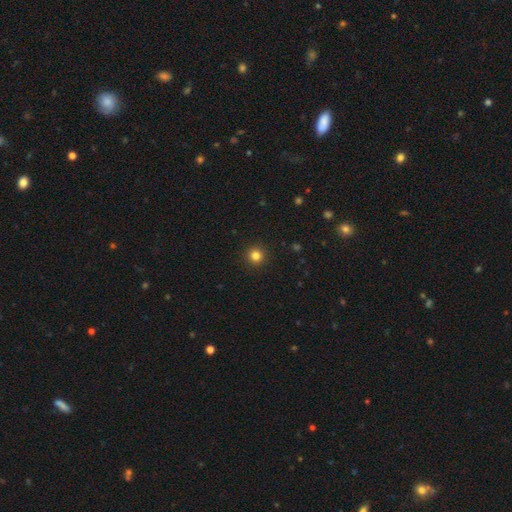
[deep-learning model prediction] Smooth or featured? Predicted: smooth (p=0.82). How rounded? Predicted: round (p=0.95). Merging? Predicted: none (p=0.93).